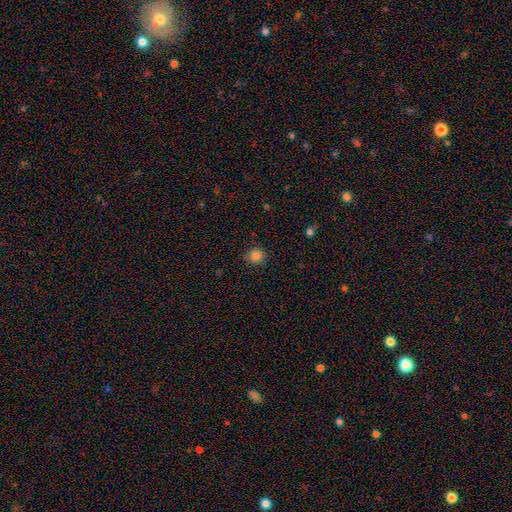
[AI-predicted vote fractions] smooth 85%, star or artifact 12%, featured or disk 3%. Down the decision tree: how rounded — round (89%); merging — none (89%).